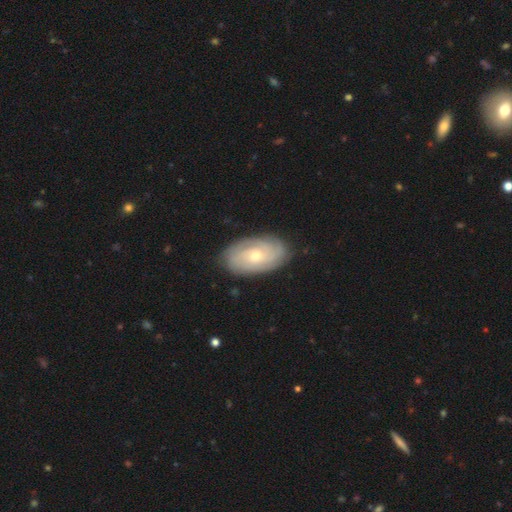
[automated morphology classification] Q: Smooth or featured?
A: featured or disk (68%); runner-up: smooth (26%)
Q: Edge-on disk?
A: no (94%); runner-up: yes (6%)
Q: Bar?
A: no (75%); runner-up: weak (21%)
Q: Spiral arms?
A: yes (90%); runner-up: no (10%)
Q: Spiral winding?
A: tight (70%); runner-up: medium (23%)
Q: Spiral arm count?
A: can't tell (46%); runner-up: 2 (18%)
Q: Bulge size?
A: moderate (50%); runner-up: small (46%)
Q: Merging?
A: none (83%); runner-up: minor disturbance (13%)